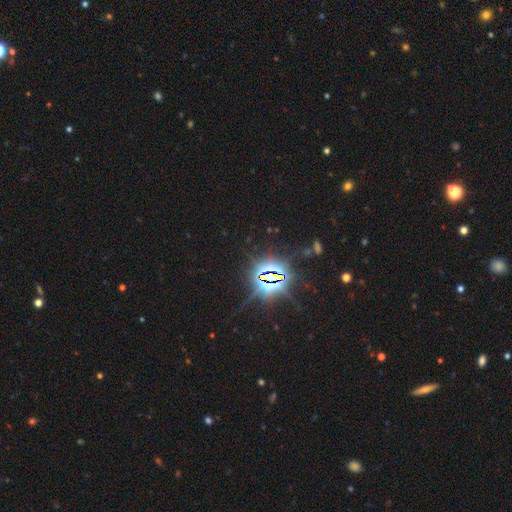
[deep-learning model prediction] Smooth or featured?
  - star or artifact: 87% *
  - smooth: 7%
  - featured or disk: 6%